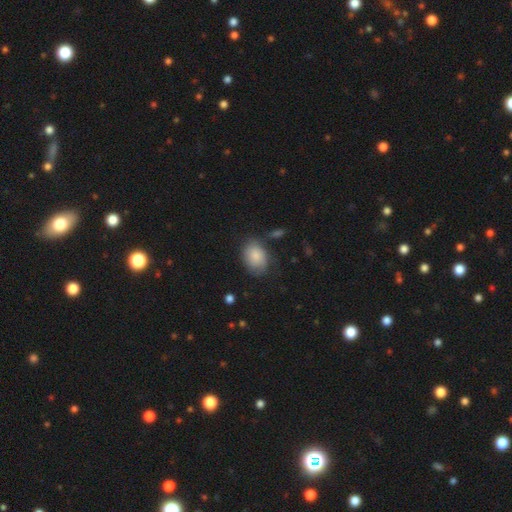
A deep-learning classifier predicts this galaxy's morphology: This is clearly a smooth galaxy (84%). How rounded: likely in between (71%). Merging: likely none (64%).